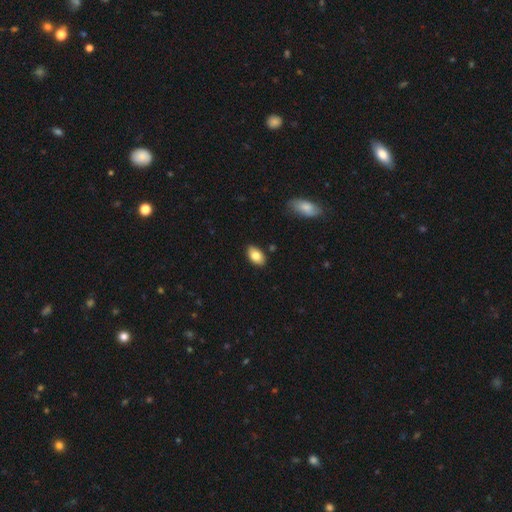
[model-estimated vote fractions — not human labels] A smooth galaxy with no disk features (82%) that is in between round and cigar-shaped (93%). Merging: none (87%).